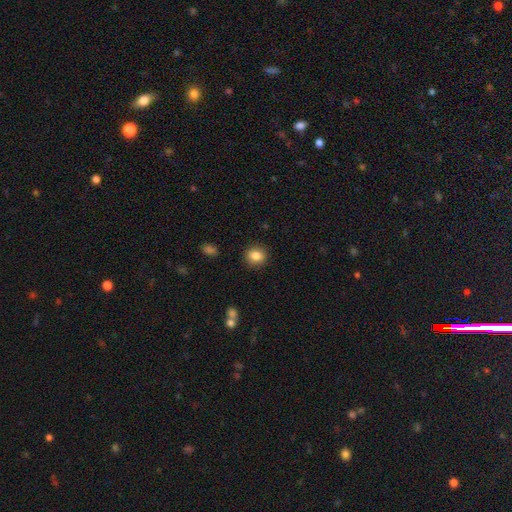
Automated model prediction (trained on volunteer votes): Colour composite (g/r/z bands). It shows a smooth galaxy with no disk features (85%) that is round (82%). Merging: none (90%).